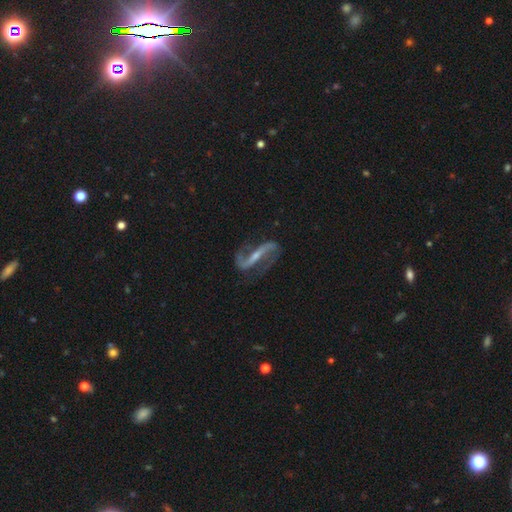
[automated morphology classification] Smooth or featured? featured or disk (90%)
Edge-on disk? no (92%)
Bar? strong (61%)
Spiral arms? yes (96%)
Spiral winding? loose (55%)
Spiral arm count? 2 (93%)
Bulge size? small (63%)
Merging? none (75%)